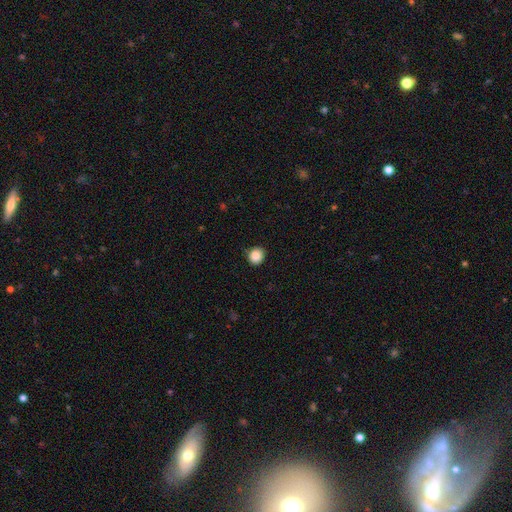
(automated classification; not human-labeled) Smooth or featured? Predicted: smooth (p=0.88). How rounded? Predicted: round (p=0.83). Merging? Predicted: none (p=0.85).